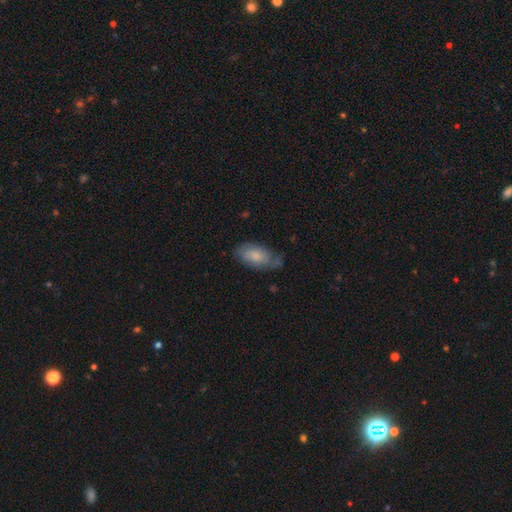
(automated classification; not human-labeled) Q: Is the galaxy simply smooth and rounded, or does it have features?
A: smooth — 70%.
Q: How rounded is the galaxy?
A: in between — 92%.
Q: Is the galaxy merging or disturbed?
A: none — 58%.